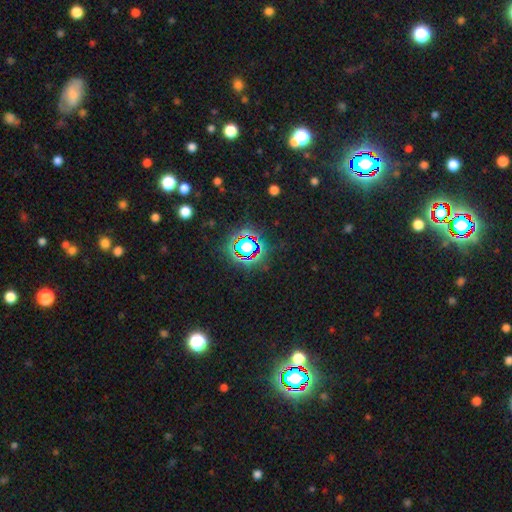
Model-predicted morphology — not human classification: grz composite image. It shows a star or artifact, not a galaxy (79%).